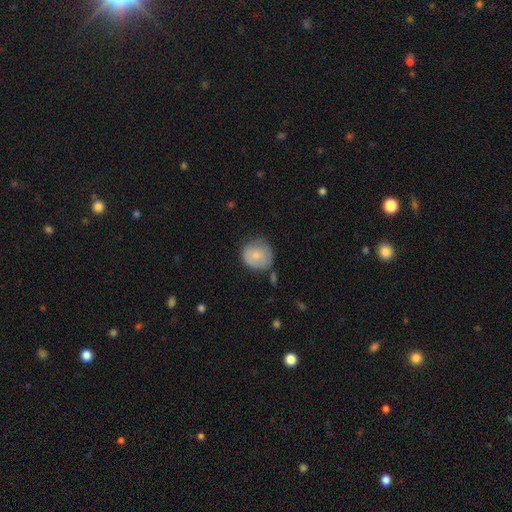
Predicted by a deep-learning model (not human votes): Morphology: type=smooth (75%); roundness=round (85%); merging=none (59%).